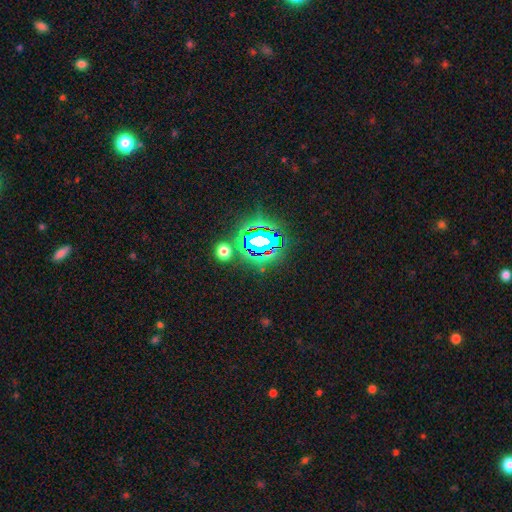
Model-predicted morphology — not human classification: This is clearly a star or artifact rather than a galaxy (82%).